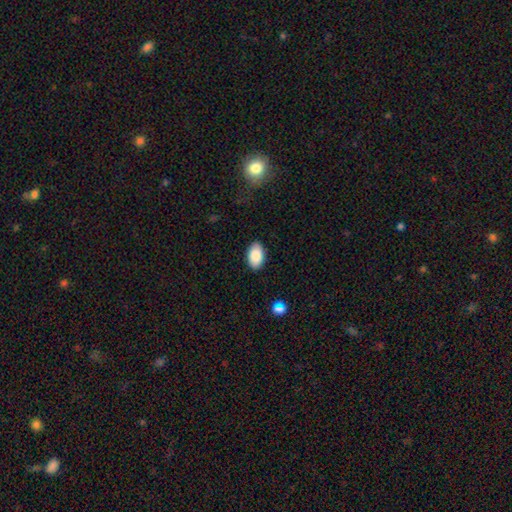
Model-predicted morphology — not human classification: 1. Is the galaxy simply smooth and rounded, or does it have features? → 87% smooth, 7% star or artifact, 6% featured or disk.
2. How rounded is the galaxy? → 94% in between, 5% round, 1% cigar-shaped.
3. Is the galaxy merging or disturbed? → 88% none, 9% minor disturbance, 2% major disturbance, 1% merger.